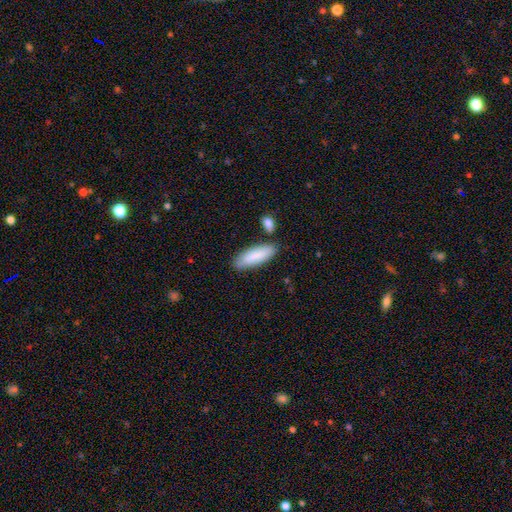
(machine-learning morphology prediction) smooth-or-featured: smooth: 86% | featured or disk: 9% | star or artifact: 6%
  how-rounded: in between: 50% | cigar-shaped: 48% | round: 2%
  merging: none: 77% | minor disturbance: 13% | merger: 7% | major disturbance: 3%